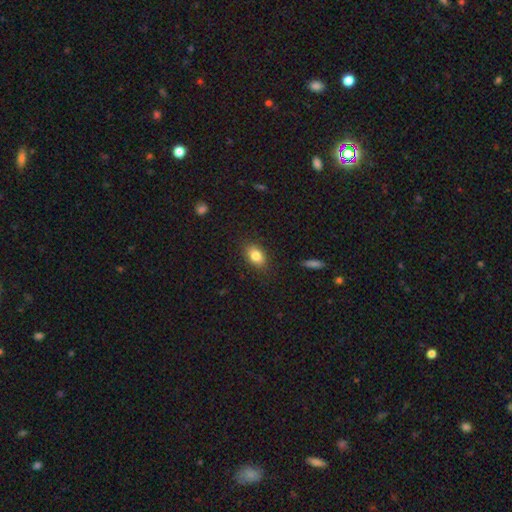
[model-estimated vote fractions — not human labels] Smooth or featured? Predicted: smooth (p=0.84). How rounded? Predicted: in between (p=0.84). Merging? Predicted: none (p=0.85).